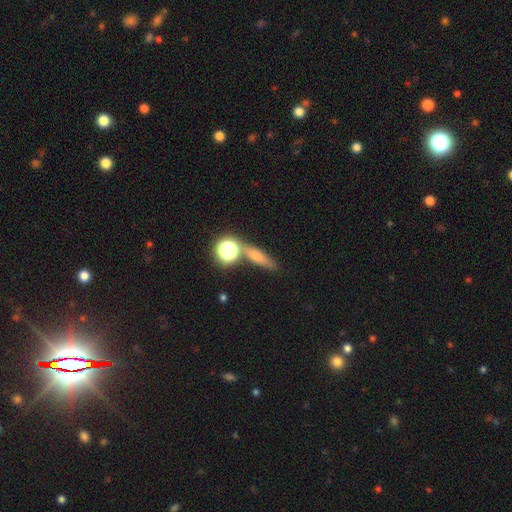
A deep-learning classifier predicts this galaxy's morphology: smooth-or-featured: smooth: 49% | featured or disk: 28% | star or artifact: 23%
  merging: none: 72% | merger: 13% | minor disturbance: 11% | major disturbance: 5%